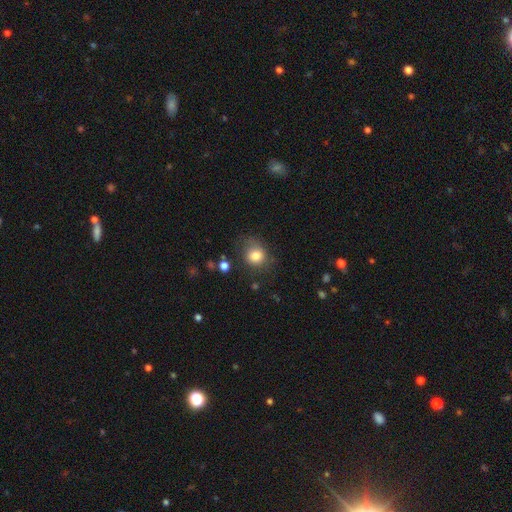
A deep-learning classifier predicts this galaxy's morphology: Smooth or featured?
  - smooth: 79% *
  - star or artifact: 11%
  - featured or disk: 10%
How rounded?
  - round: 69% *
  - in between: 30%
  - cigar-shaped: 1%
Merging?
  - none: 63% *
  - minor disturbance: 24%
  - major disturbance: 11%
  - merger: 3%